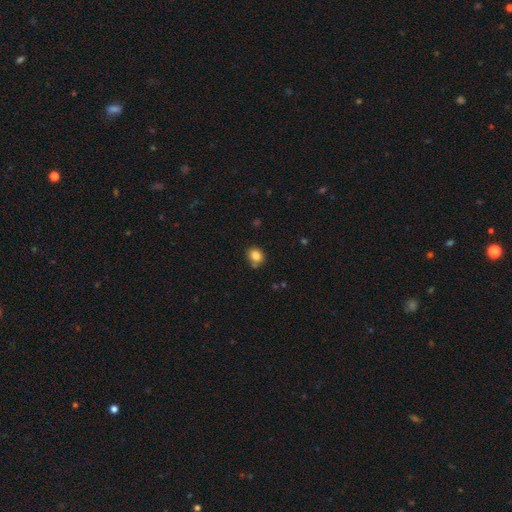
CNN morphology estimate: Smooth or featured? Predicted: smooth (p=0.82). How rounded? Predicted: round (p=0.59). Merging? Predicted: none (p=0.78).